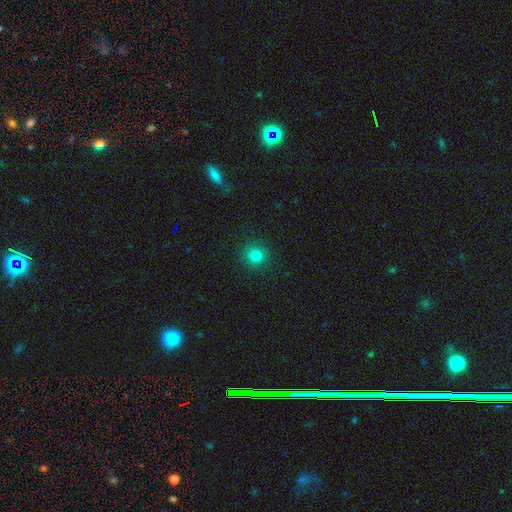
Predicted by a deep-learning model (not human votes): smooth-or-featured: smooth: 81% | star or artifact: 13% | featured or disk: 5%
  how-rounded: round: 92% | in between: 7% | cigar-shaped: 1%
  merging: none: 91% | minor disturbance: 6% | major disturbance: 2% | merger: 1%